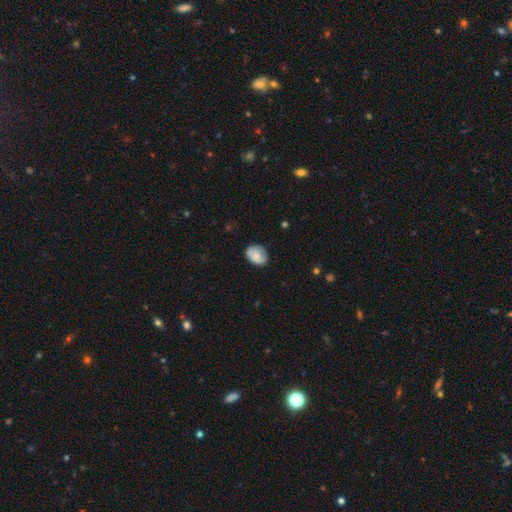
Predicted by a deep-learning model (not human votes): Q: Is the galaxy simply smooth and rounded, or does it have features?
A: smooth — 72%.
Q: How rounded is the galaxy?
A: in between — 67%.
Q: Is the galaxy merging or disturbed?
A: none — 71%.